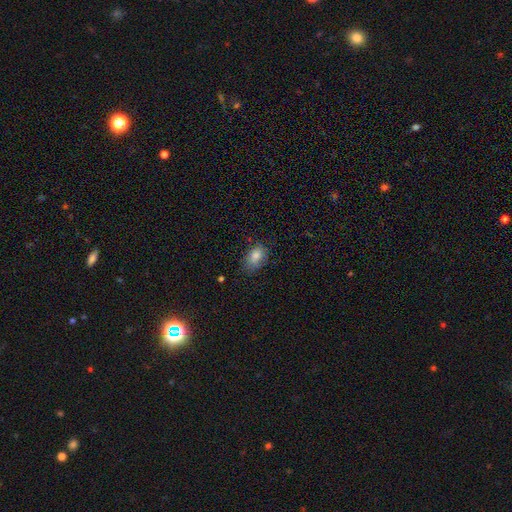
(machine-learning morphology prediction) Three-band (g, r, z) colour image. It shows a smooth galaxy with no disk features (80%) that is in between round and cigar-shaped (85%). Merging: none (71%).